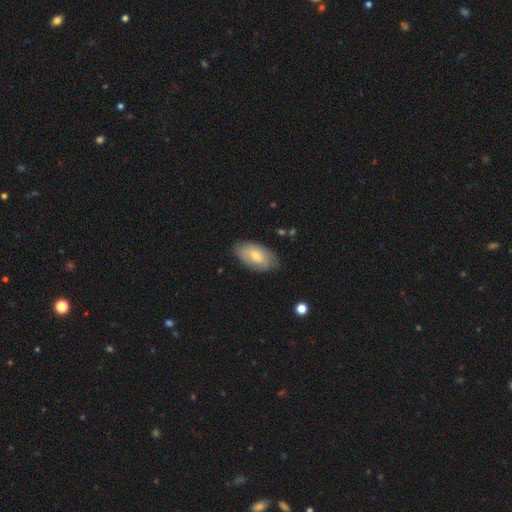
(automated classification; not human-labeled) This appears to be a smooth galaxy with no disk features (67%) that is in between round and cigar-shaped (94%). Merging: none (75%).